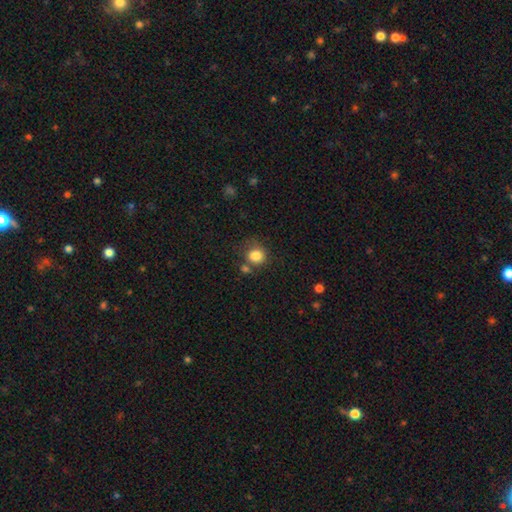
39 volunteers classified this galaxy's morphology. Volunteers were most divided on "merging": none: 47%, minor disturbance: 19%, merger: 19%, major disturbance: 14%. More confident: smooth or featured — smooth (85%); how rounded — round (79%).